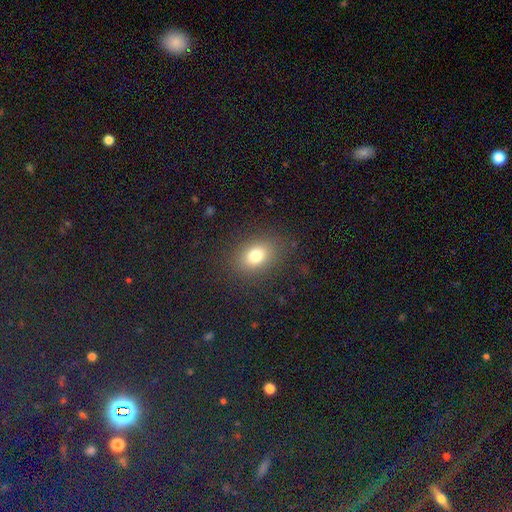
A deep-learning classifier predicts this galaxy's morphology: This is likely a smooth galaxy (76%). How rounded: likely in between (62%). Merging: clearly none (85%).